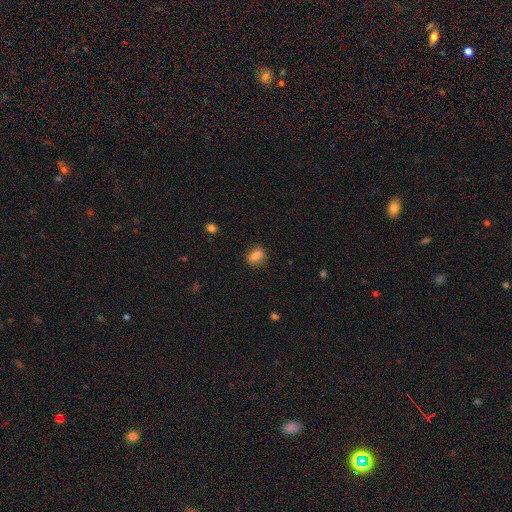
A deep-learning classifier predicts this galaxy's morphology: The model was most divided on "how rounded": round: 52%, in between: 47%, cigar-shaped: 2%. More confident: merging — none (84%); smooth or featured — smooth (80%).